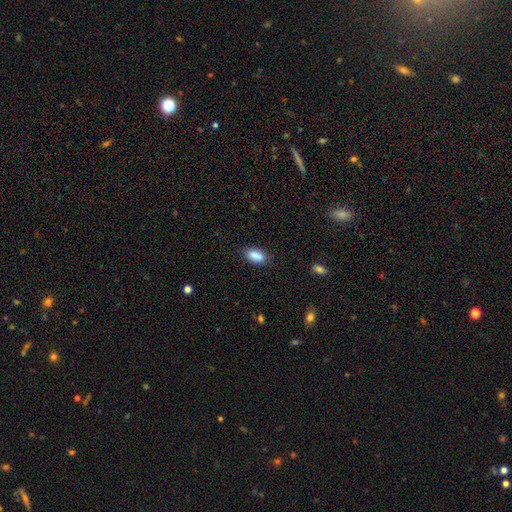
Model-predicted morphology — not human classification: smooth-or-featured: smooth: 88% | star or artifact: 8% | featured or disk: 4%
  how-rounded: in between: 91% | cigar-shaped: 5% | round: 5%
  merging: none: 81% | minor disturbance: 14% | major disturbance: 3% | merger: 2%